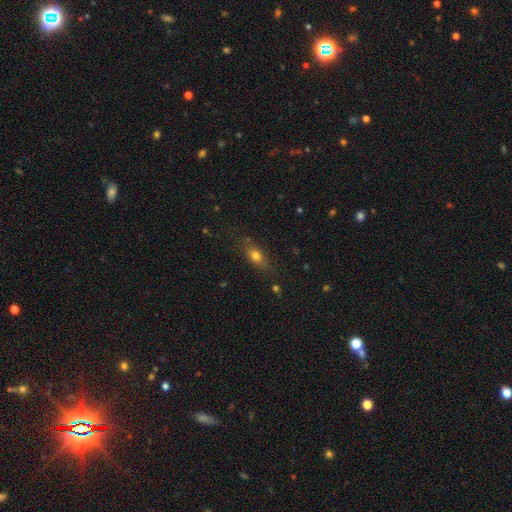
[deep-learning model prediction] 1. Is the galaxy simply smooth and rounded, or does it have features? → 73% smooth, 16% featured or disk, 12% star or artifact.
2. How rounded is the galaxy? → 69% in between, 18% cigar-shaped, 14% round.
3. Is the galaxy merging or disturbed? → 75% none, 17% minor disturbance, 5% major disturbance, 2% merger.